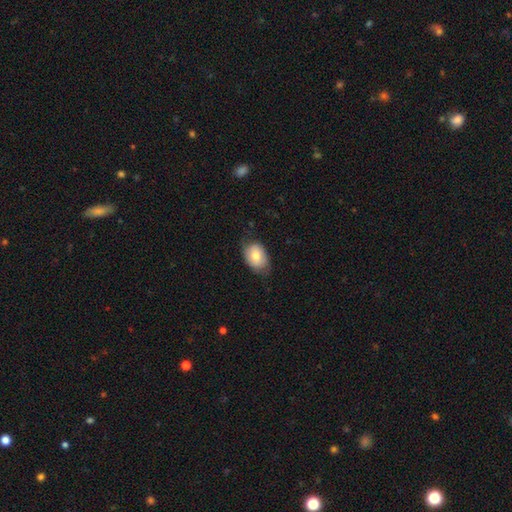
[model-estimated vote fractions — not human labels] The model was most divided on "merging": none: 67%, minor disturbance: 26%, major disturbance: 7%, merger: 1%. More confident: how rounded — in between (80%); smooth or featured — smooth (74%).